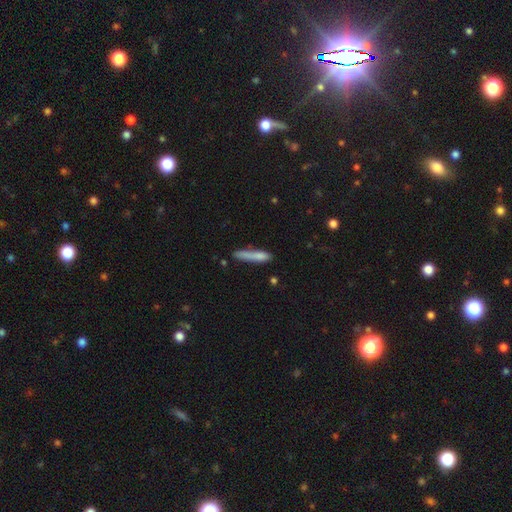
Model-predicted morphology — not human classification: A smooth galaxy with no disk features (75%) that is cigar-shaped (89%). Merging: none (61%).